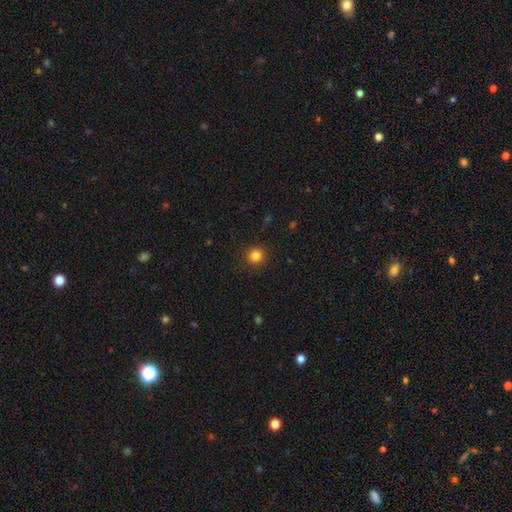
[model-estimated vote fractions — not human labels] A smooth galaxy with no disk features (83%) that is round (93%).

Vote fractions:
- Smooth or featured? smooth: 83% / star or artifact: 13% / featured or disk: 5%
- How rounded? round: 93% / in between: 6% / cigar-shaped: 1%
- Merging? none: 91% / minor disturbance: 6% / major disturbance: 2% / merger: 1%